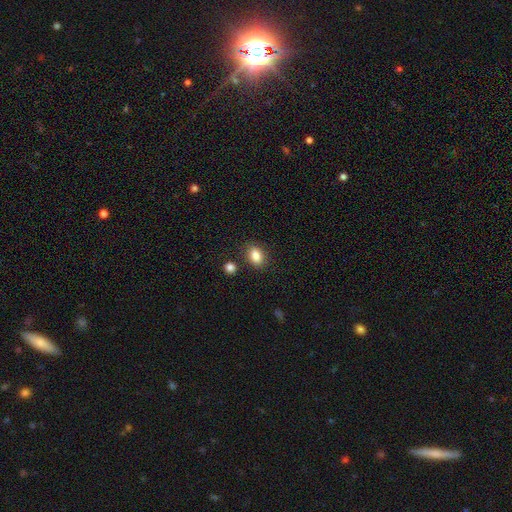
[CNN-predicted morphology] type=smooth (85%); roundness=in between (78%); merging=none (83%).